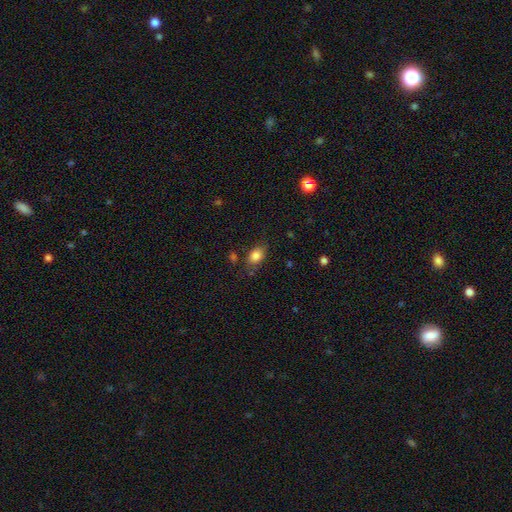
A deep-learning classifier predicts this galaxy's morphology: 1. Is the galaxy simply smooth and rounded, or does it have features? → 84% smooth, 9% star or artifact, 7% featured or disk.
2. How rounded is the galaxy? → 78% in between, 20% round, 2% cigar-shaped.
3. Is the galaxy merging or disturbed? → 74% none, 18% minor disturbance, 5% major disturbance, 3% merger.